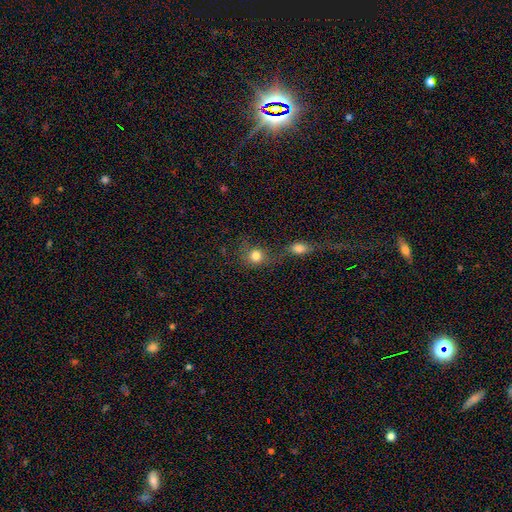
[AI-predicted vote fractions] Smooth or featured?
  - smooth: 80% *
  - star or artifact: 11%
  - featured or disk: 9%
How rounded?
  - round: 77% *
  - in between: 22%
  - cigar-shaped: 2%
Merging?
  - none: 40% * (tied)
  - merger: 40% * (tied)
  - minor disturbance: 11%
  - major disturbance: 8%